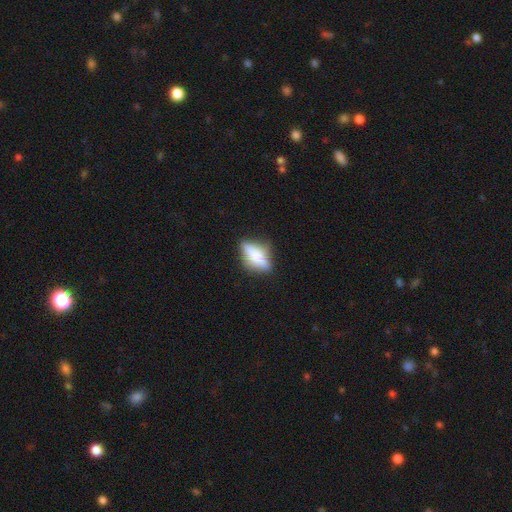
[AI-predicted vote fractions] A smooth galaxy with no disk features (54%) that is in between round and cigar-shaped (67%).

Vote fractions:
- Smooth or featured? smooth: 54% / featured or disk: 37% / star or artifact: 8%
- How rounded? in between: 67% / cigar-shaped: 28% / round: 5%
- Merging? none: 69% / minor disturbance: 21% / major disturbance: 8% / merger: 3%